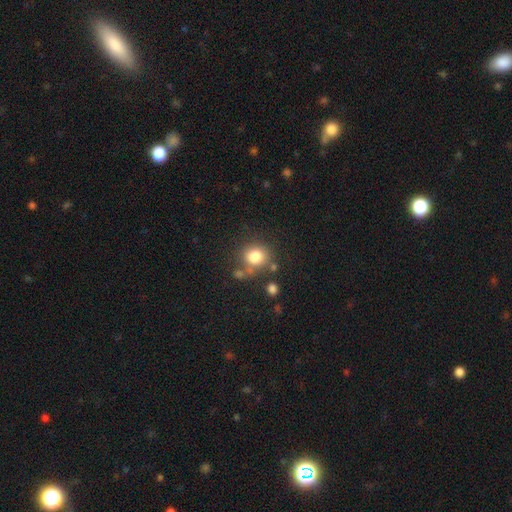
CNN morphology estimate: smooth-or-featured: smooth: 81% | star or artifact: 11% | featured or disk: 8%
  how-rounded: round: 79% | in between: 20% | cigar-shaped: 1%
  merging: none: 65% | minor disturbance: 15% | merger: 13% | major disturbance: 6%